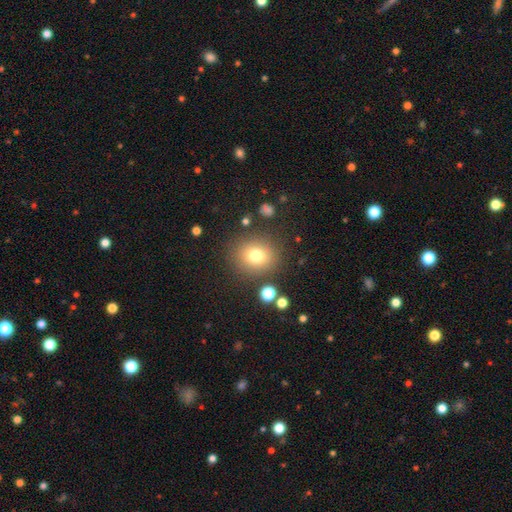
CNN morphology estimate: This is likely a smooth galaxy (75%). How rounded: clearly round (82%). Merging: clearly none (83%).